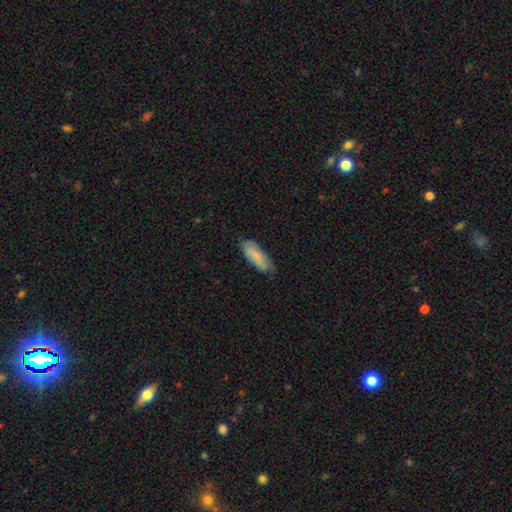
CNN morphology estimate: smooth 77%, featured or disk 17%, star or artifact 6%. Down the decision tree: how rounded — in between (63%); merging — none (76%).